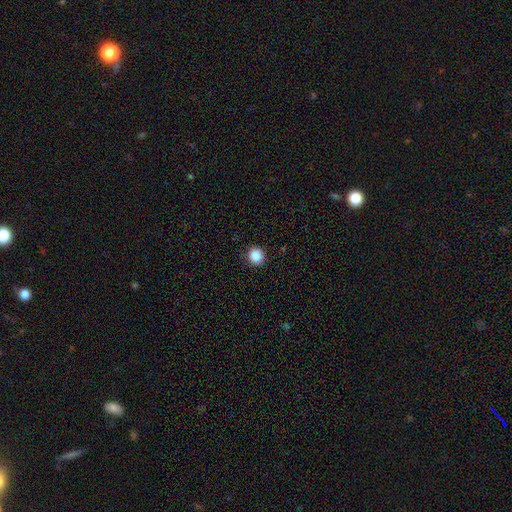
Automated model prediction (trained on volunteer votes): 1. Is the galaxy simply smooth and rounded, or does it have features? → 88% smooth, 10% star or artifact, 2% featured or disk.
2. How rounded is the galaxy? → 93% round, 6% in between, 1% cigar-shaped.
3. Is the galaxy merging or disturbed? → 91% none, 6% minor disturbance, 2% major disturbance, 1% merger.